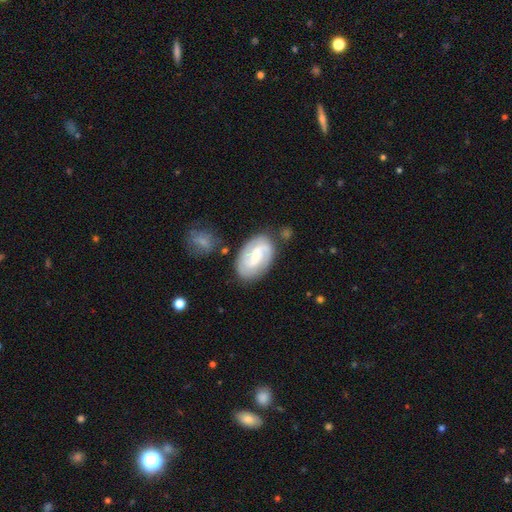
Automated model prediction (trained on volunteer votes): featured or disk 75%, smooth 19%, star or artifact 6%. Down the decision tree: edge-on disk — no (97%); bar — weak (51%); spiral arms — yes (95%); spiral arm count — 2 (76%); spiral winding — medium (45%); bulge size — small (54%); merging — none (75%).